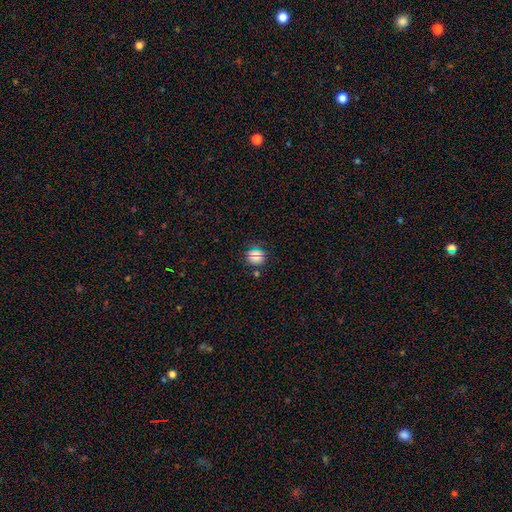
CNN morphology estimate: The model was most divided on "smooth or featured": smooth: 75%, star or artifact: 18%, featured or disk: 6%. More confident: how rounded — round (90%); merging — none (81%).